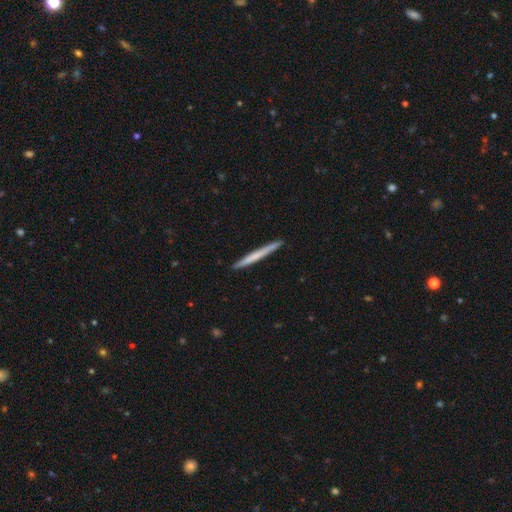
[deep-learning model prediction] smooth 57%, featured or disk 38%, star or artifact 5%. Down the decision tree: how rounded — cigar-shaped (97%); merging — none (92%).